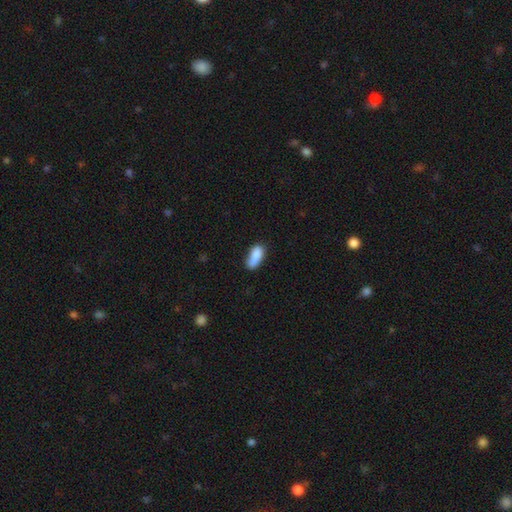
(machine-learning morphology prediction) Q: Smooth or featured?
A: smooth (82%); runner-up: featured or disk (10%)
Q: How rounded?
A: in between (76%); runner-up: cigar-shaped (22%)
Q: Merging?
A: none (53%); runner-up: minor disturbance (28%)